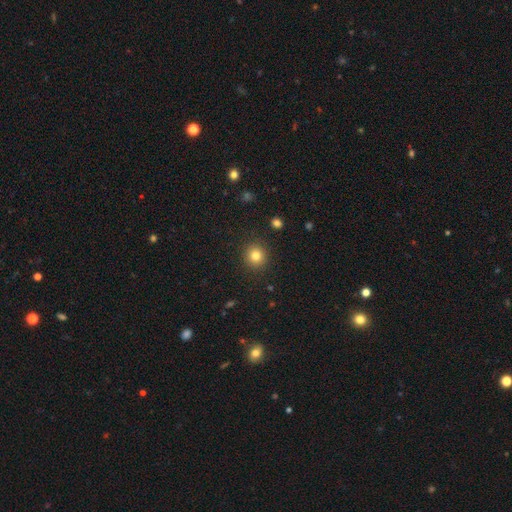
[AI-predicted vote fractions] smooth 82%, star or artifact 12%, featured or disk 6%. Down the decision tree: how rounded — round (90%); merging — none (90%).